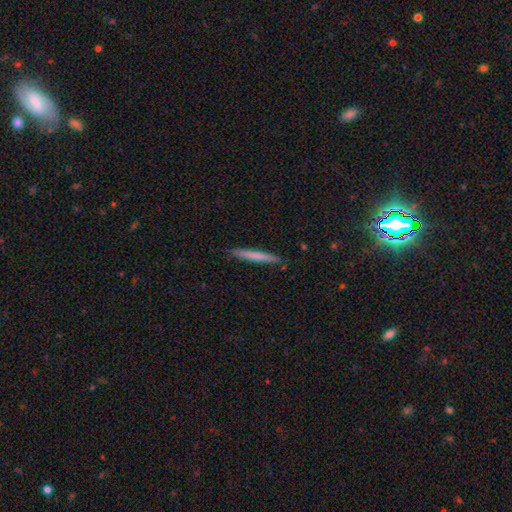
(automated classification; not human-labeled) This appears to be a smooth galaxy with no disk features (68%) that is cigar-shaped (97%). Merging: none (90%).